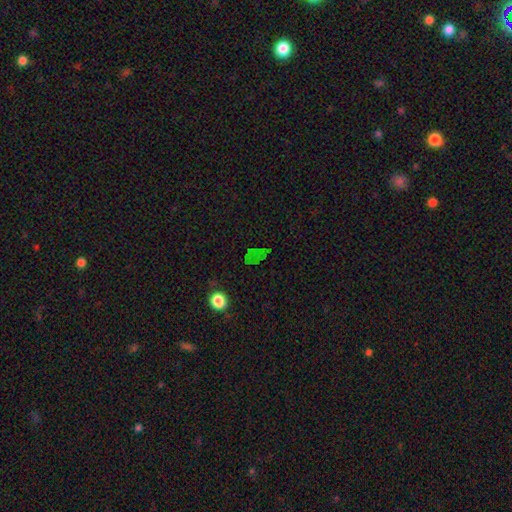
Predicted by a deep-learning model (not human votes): Smooth or featured? Predicted: star or artifact (p=0.55).